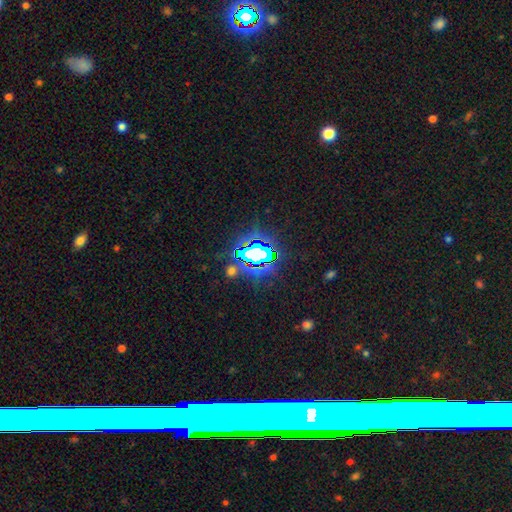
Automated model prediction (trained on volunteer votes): The model was most divided on "smooth or featured": star or artifact: 71%, smooth: 17%, featured or disk: 12%.